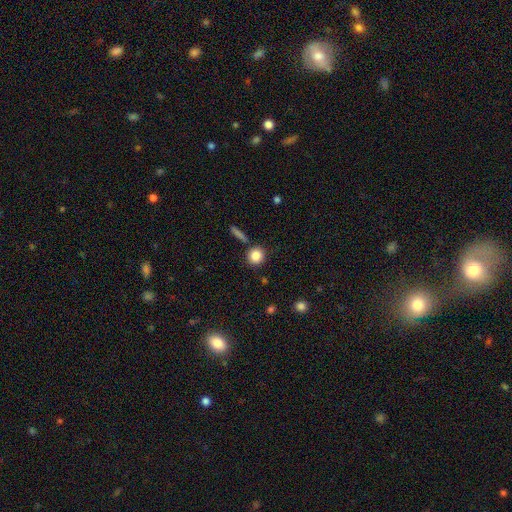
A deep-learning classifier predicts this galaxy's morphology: A smooth galaxy with no disk features (84%) that is round (89%).

Vote fractions:
- Smooth or featured? smooth: 84% / star or artifact: 9% / featured or disk: 6%
- How rounded? round: 89% / in between: 9% / cigar-shaped: 2%
- Merging? none: 83% / minor disturbance: 8% / merger: 7% / major disturbance: 3%